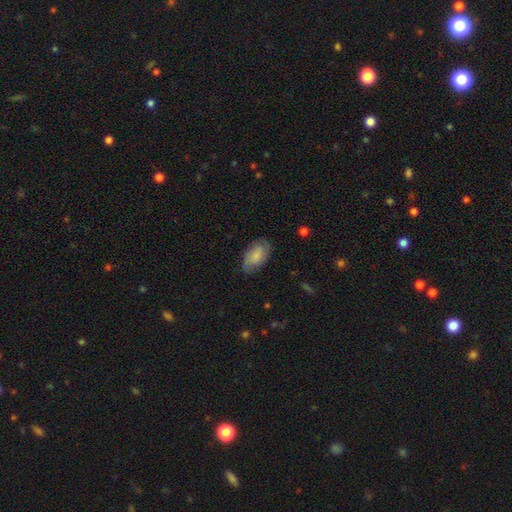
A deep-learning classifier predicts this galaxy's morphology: Smooth or featured? Predicted: smooth (p=0.69). How rounded? Predicted: in between (p=0.93). Merging? Predicted: none (p=0.72).